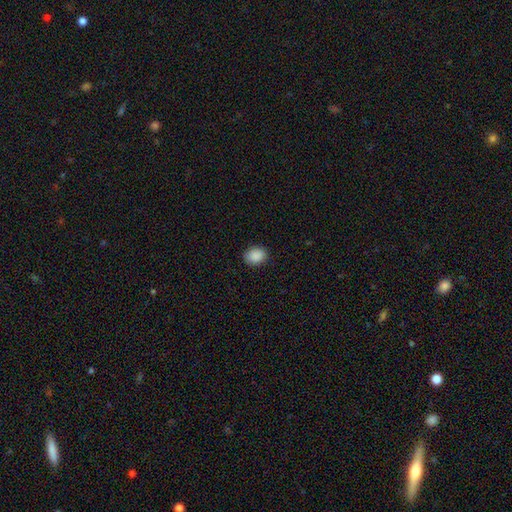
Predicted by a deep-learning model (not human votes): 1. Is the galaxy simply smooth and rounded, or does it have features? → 89% smooth, 8% star or artifact, 3% featured or disk.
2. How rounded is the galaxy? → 56% in between, 43% round, 1% cigar-shaped.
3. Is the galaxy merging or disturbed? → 88% none, 9% minor disturbance, 2% major disturbance, 1% merger.